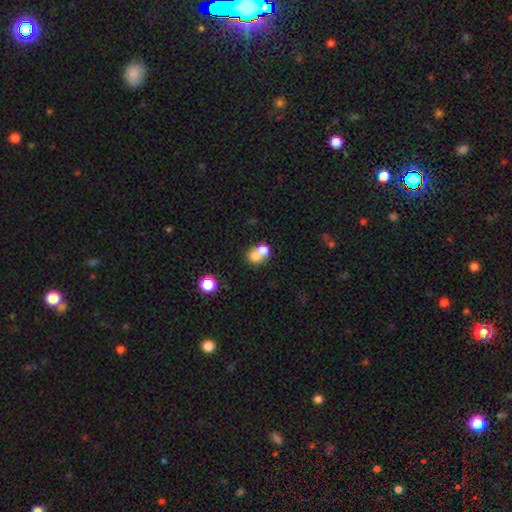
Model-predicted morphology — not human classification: smooth_or_featured: smooth (p=0.71) [alt: featured or disk p=0.17]
how_rounded: round (p=0.69) [alt: in between p=0.30]
merging: merger (p=0.64) [alt: none p=0.27]